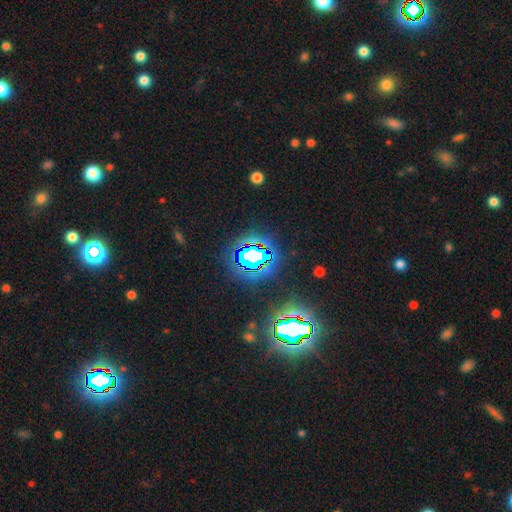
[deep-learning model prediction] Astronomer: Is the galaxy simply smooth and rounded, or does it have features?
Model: star or artifact — 81%.